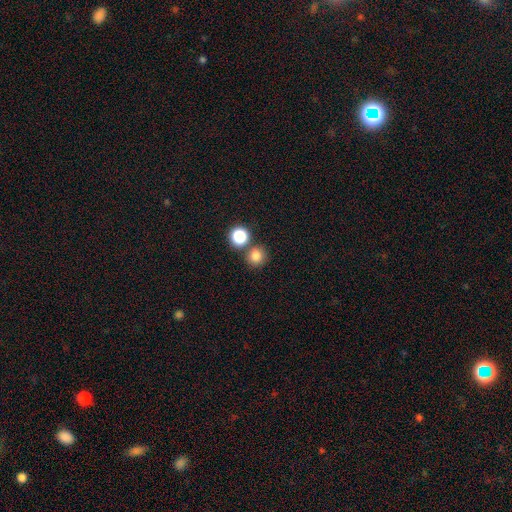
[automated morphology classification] Smooth or featured? smooth (80%)
How rounded? round (89%)
Merging? none (71%)